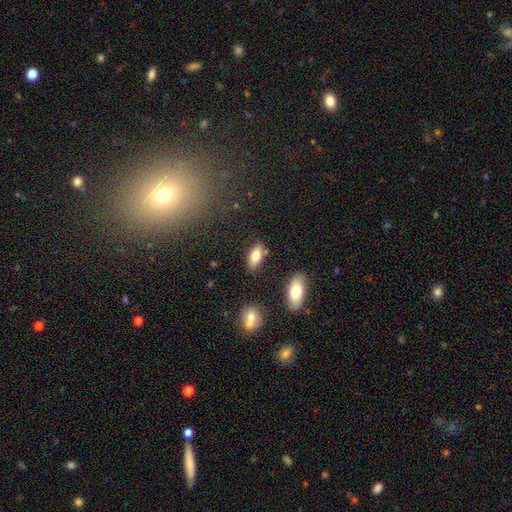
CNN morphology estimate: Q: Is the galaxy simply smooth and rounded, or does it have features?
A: smooth — 77%.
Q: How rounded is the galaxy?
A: in between — 87%.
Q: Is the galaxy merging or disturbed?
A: none — 82%.